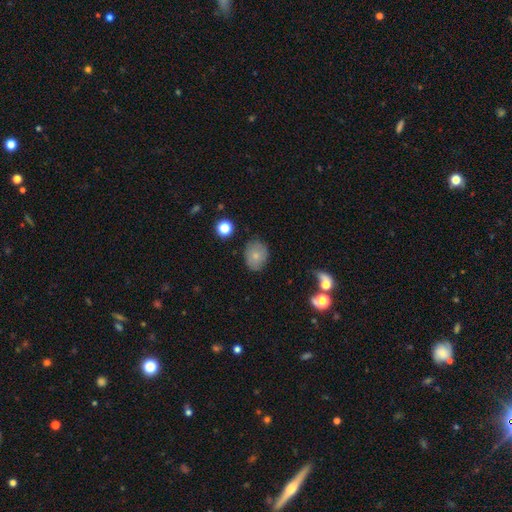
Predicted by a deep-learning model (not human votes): Overall: smooth (75%). How rounded: in between (51%; round 48%). Merging: none (77%).